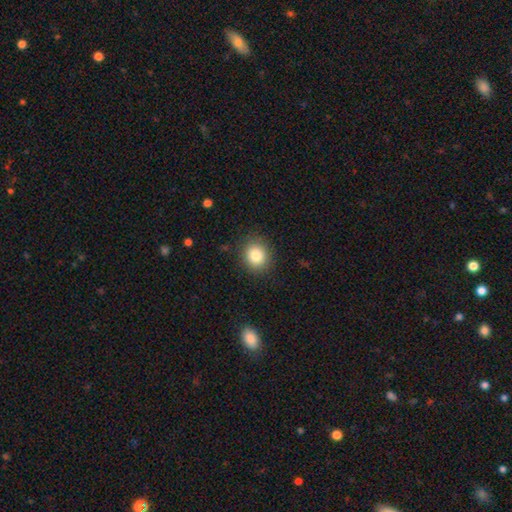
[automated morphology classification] Smooth or featured: smooth — 83% (star or artifact — 10%)
How rounded: round — 78% (in between — 21%)
Merging: none — 88% (minor disturbance — 8%)